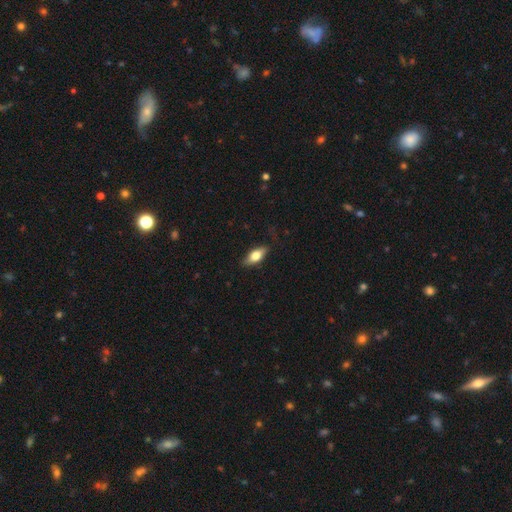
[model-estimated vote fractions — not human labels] smooth 65%, featured or disk 28%, star or artifact 6%. Down the decision tree: how rounded — in between (78%); merging — none (80%).